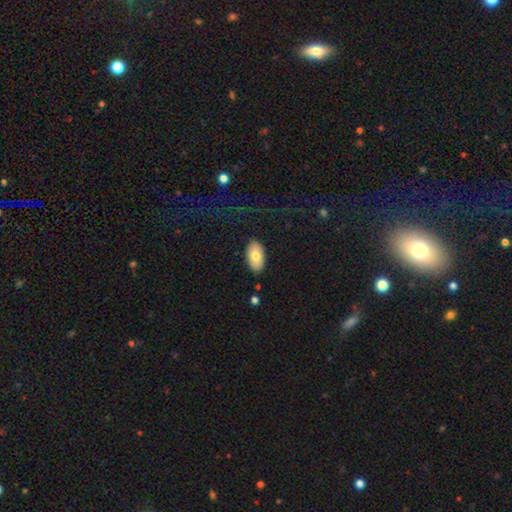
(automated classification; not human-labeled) smooth 75%, featured or disk 18%, star or artifact 7%. Down the decision tree: how rounded — in between (94%); merging — none (86%).